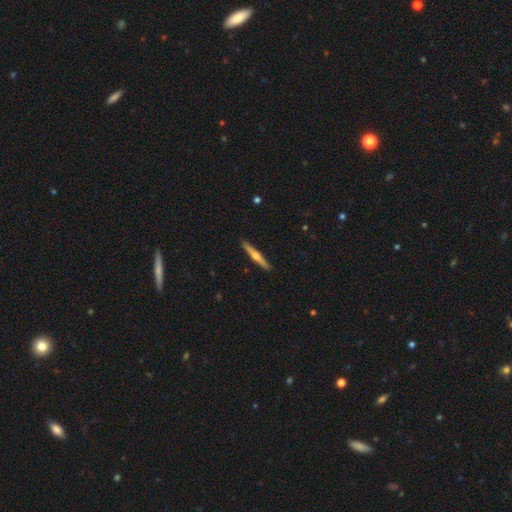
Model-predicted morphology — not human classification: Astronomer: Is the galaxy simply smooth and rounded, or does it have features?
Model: featured or disk — 64%.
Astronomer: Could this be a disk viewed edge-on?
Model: yes — 98%.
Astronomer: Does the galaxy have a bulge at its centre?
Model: rounded — 88%.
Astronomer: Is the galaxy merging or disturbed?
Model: none — 92%.